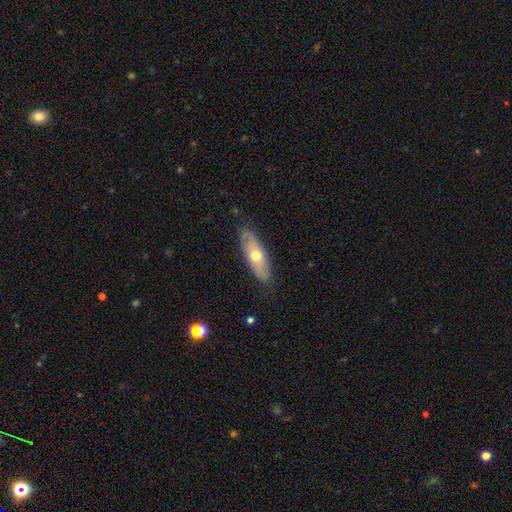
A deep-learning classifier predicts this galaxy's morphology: Overall: smooth (59%; featured or disk 35%). How rounded: in between (61%; cigar-shaped 37%). Merging: none (83%).